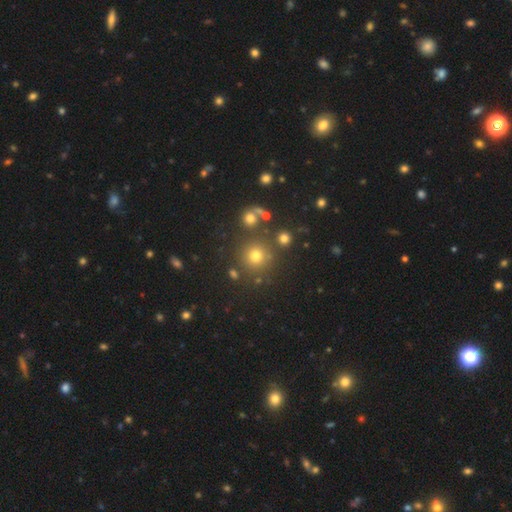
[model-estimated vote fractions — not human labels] This is likely a smooth galaxy (73%). How rounded: clearly round (93%). Merging: likely none (79%).